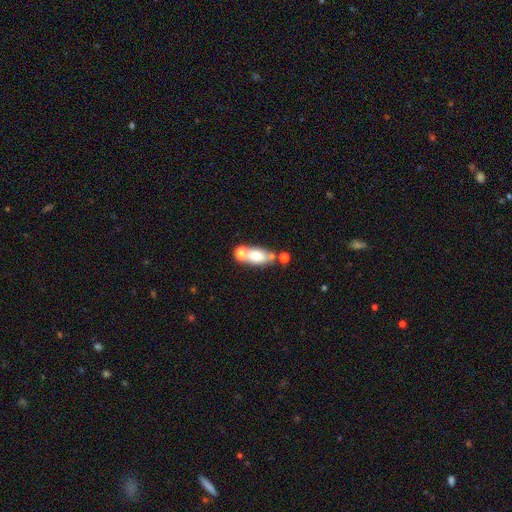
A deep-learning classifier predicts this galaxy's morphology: Smooth or featured?
  - smooth: 64% *
  - featured or disk: 25%
  - star or artifact: 10%
How rounded?
  - in between: 73% *
  - round: 16%
  - cigar-shaped: 11%
Merging?
  - none: 49% *
  - merger: 34%
  - minor disturbance: 12%
  - major disturbance: 6%